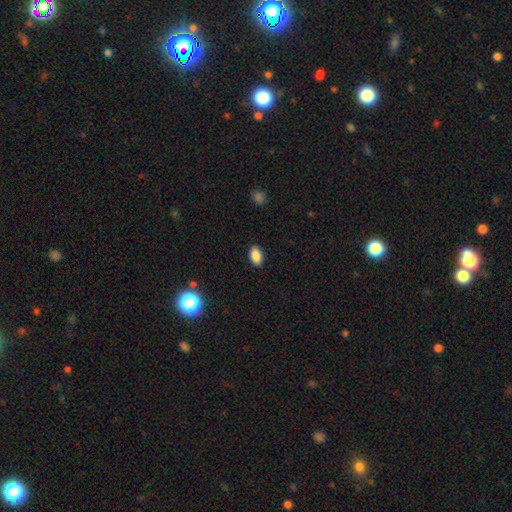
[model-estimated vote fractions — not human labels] Smooth or featured?
  - smooth: 87% *
  - star or artifact: 9%
  - featured or disk: 5%
How rounded?
  - in between: 92% *
  - round: 6%
  - cigar-shaped: 3%
Merging?
  - none: 89% *
  - minor disturbance: 8%
  - major disturbance: 2%
  - merger: 1%